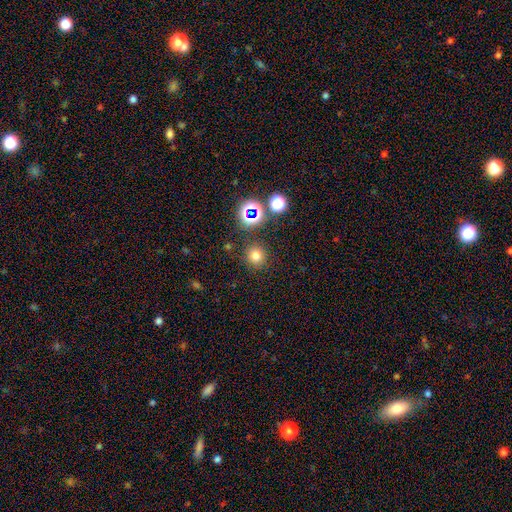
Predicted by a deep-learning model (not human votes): smooth-or-featured: smooth: 72% | star or artifact: 21% | featured or disk: 7%
  how-rounded: round: 93% | in between: 6% | cigar-shaped: 1%
  merging: none: 87% | minor disturbance: 7% | merger: 3% | major disturbance: 3%